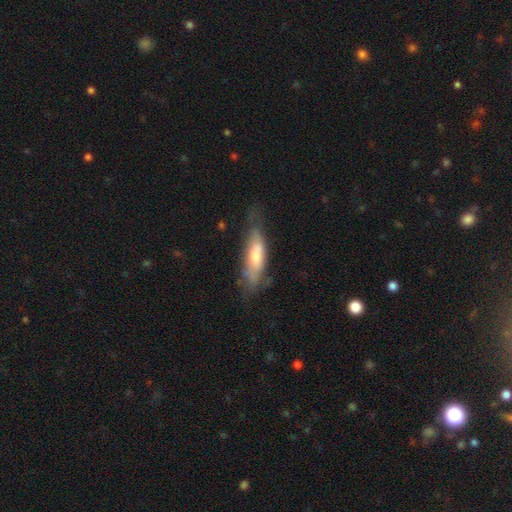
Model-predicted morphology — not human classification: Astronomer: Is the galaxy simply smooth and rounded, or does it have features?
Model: smooth — 53% (runner-up: featured or disk, 41%).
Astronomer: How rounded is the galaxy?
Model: cigar-shaped — 54% (runner-up: in between, 44%).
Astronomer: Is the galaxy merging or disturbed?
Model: none — 57%.